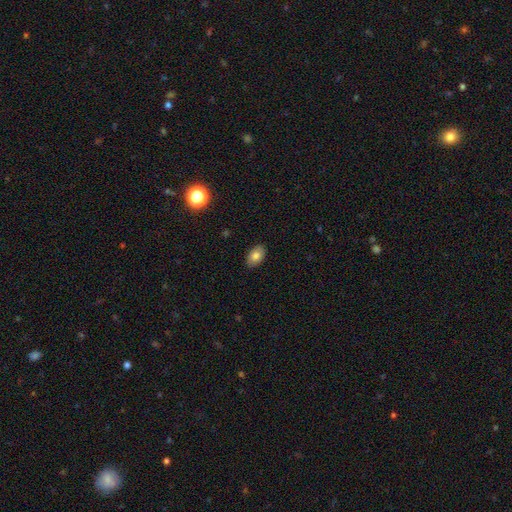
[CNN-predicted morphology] Smooth or featured? smooth (81%)
How rounded? in between (90%)
Merging? none (89%)